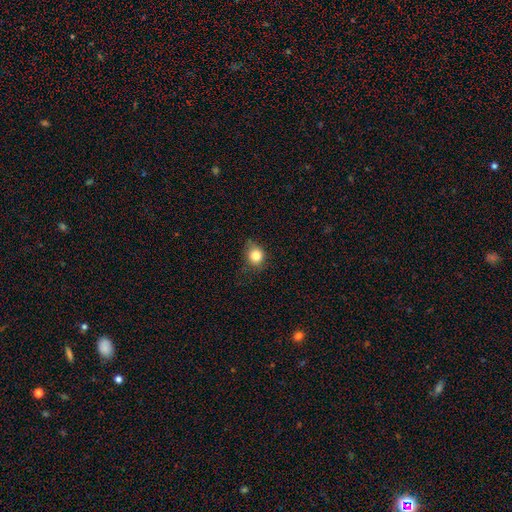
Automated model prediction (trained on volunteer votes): Smooth or featured?
  - smooth: 82% *
  - star or artifact: 11%
  - featured or disk: 7%
How rounded?
  - round: 77% *
  - in between: 22%
  - cigar-shaped: 1%
Merging?
  - none: 70% *
  - minor disturbance: 24%
  - major disturbance: 5%
  - merger: 1%